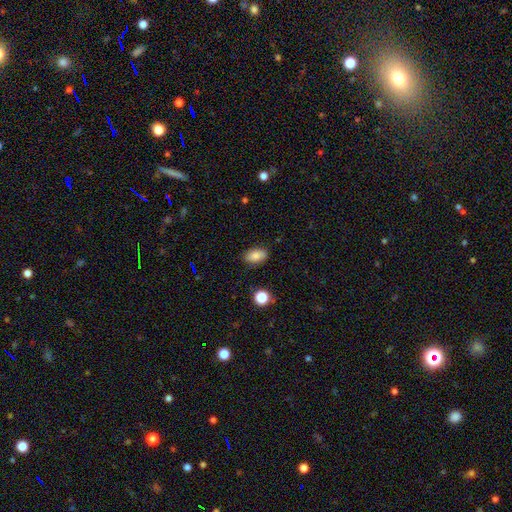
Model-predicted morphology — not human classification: smooth_or_featured: smooth (p=0.84) [alt: star or artifact p=0.09]
how_rounded: in between (p=0.89) [alt: round p=0.08]
merging: none (p=0.85) [alt: minor disturbance p=0.11]